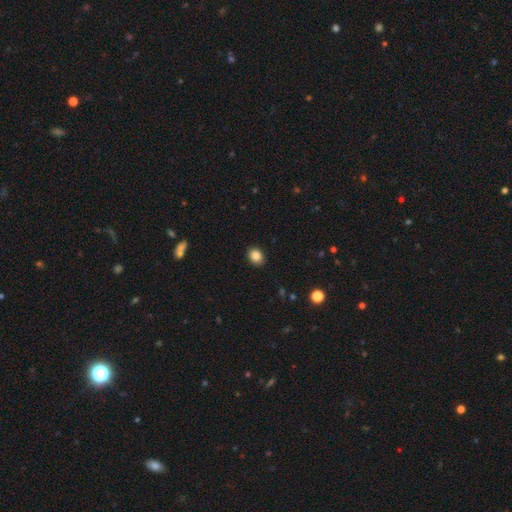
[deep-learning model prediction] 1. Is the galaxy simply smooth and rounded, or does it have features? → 85% smooth, 10% star or artifact, 5% featured or disk.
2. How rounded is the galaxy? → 51% in between, 48% round, 1% cigar-shaped.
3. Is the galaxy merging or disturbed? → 90% none, 7% minor disturbance, 2% major disturbance, 1% merger.